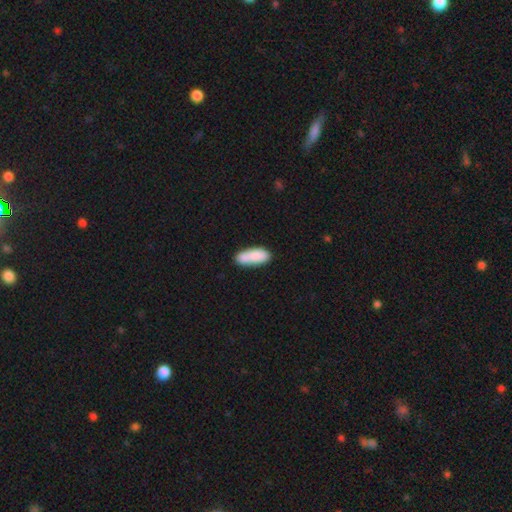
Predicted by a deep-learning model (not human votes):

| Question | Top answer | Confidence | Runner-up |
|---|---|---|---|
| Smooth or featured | smooth | 84% | featured or disk (10%) |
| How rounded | in between | 69% | cigar-shaped (29%) |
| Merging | none | 66% | minor disturbance (19%) |